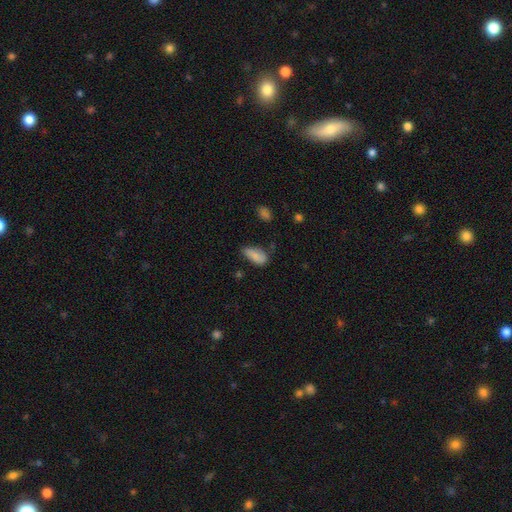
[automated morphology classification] smooth-or-featured: smooth: 78% | featured or disk: 14% | star or artifact: 8%
  how-rounded: in between: 88% | cigar-shaped: 9% | round: 3%
  merging: none: 49% | minor disturbance: 38% | major disturbance: 10% | merger: 3%